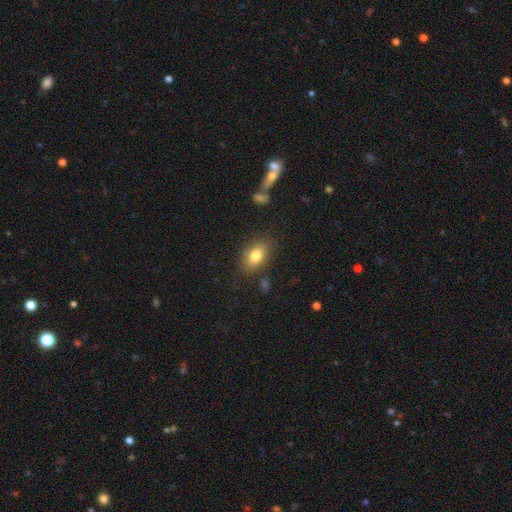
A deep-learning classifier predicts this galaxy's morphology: Q: Smooth or featured?
A: smooth (80%); runner-up: featured or disk (11%)
Q: How rounded?
A: in between (84%); runner-up: round (13%)
Q: Merging?
A: none (79%); runner-up: minor disturbance (14%)